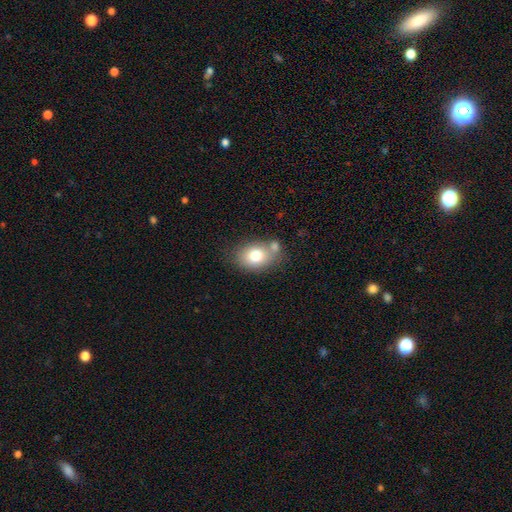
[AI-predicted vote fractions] This appears to be a smooth galaxy with no disk features (76%) that is in between round and cigar-shaped (63%). Merging: none (53%).